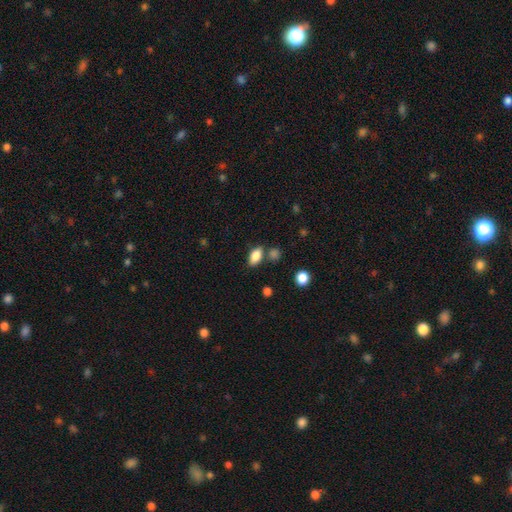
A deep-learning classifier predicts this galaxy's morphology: type=smooth (84%); roundness=in between (88%); merging=none (72%).